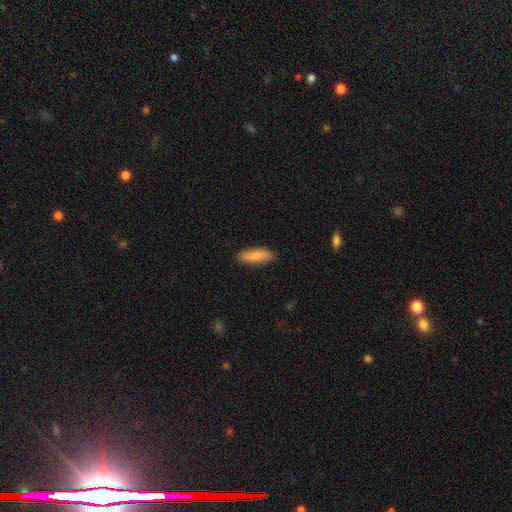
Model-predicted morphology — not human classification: type=smooth (86%); roundness=in between (57%); merging=none (88%).